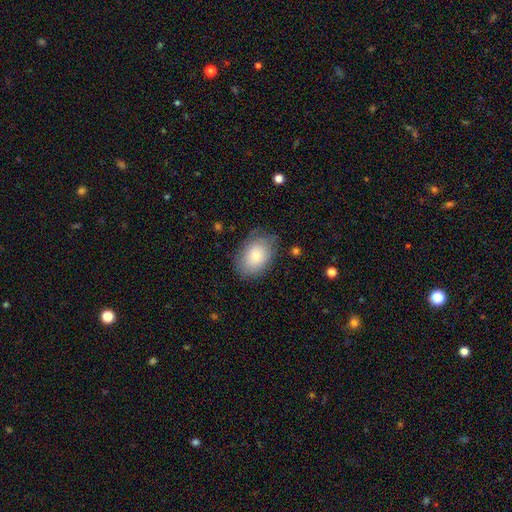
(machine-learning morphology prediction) A smooth galaxy with no disk features (76%) that is in between round and cigar-shaped (79%).

Vote fractions:
- Smooth or featured? smooth: 76% / featured or disk: 16% / star or artifact: 8%
- How rounded? in between: 79% / round: 20% / cigar-shaped: 1%
- Merging? none: 73% / minor disturbance: 20% / major disturbance: 6% / merger: 1%